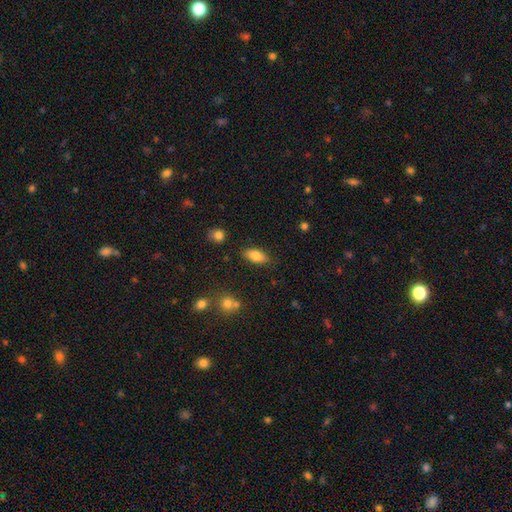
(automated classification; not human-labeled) This is clearly a smooth galaxy (81%). How rounded: clearly in between (86%). Merging: clearly none (83%).